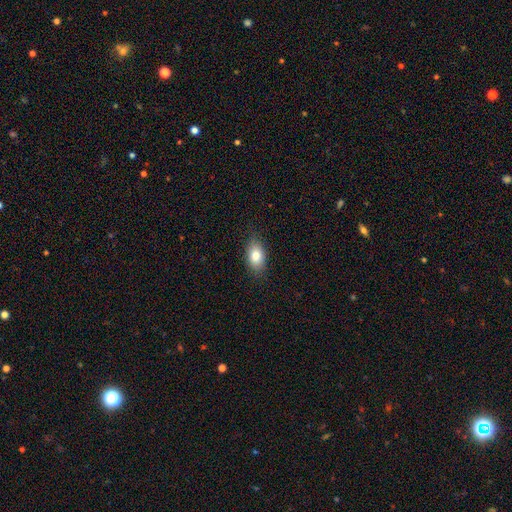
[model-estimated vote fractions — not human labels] Morphology: type=smooth (81%); roundness=in between (88%); merging=none (83%).